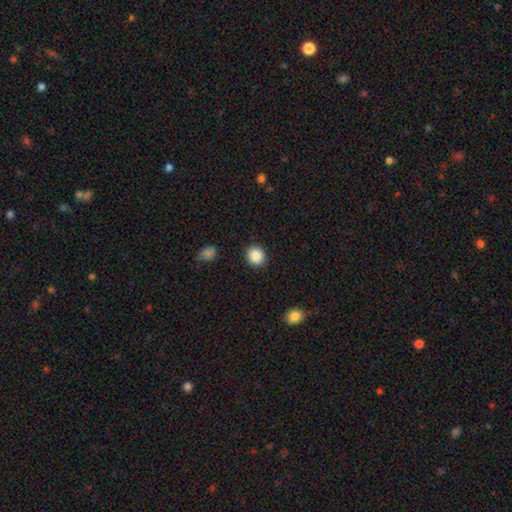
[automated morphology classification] A smooth galaxy with no disk features (88%) that is round (85%).

Vote fractions:
- Smooth or featured? smooth: 88% / star or artifact: 9% / featured or disk: 3%
- How rounded? round: 85% / in between: 14% / cigar-shaped: 1%
- Merging? none: 90% / minor disturbance: 6% / major disturbance: 2% / merger: 1%